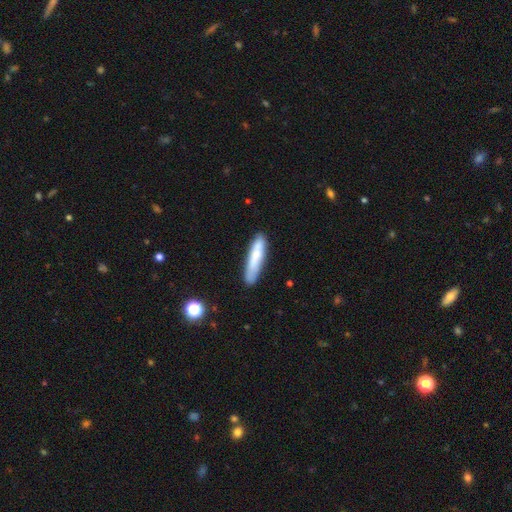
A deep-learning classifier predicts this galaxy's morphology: Overall: smooth (72%). How rounded: cigar-shaped (84%). Merging: none (77%).